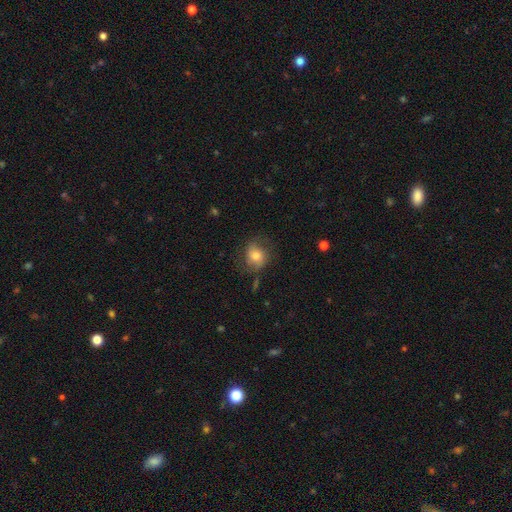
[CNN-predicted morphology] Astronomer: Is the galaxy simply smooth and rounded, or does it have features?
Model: smooth — 62%.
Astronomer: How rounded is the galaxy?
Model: round — 61% (runner-up: in between, 38%).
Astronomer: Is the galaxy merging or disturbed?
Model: none — 61%.